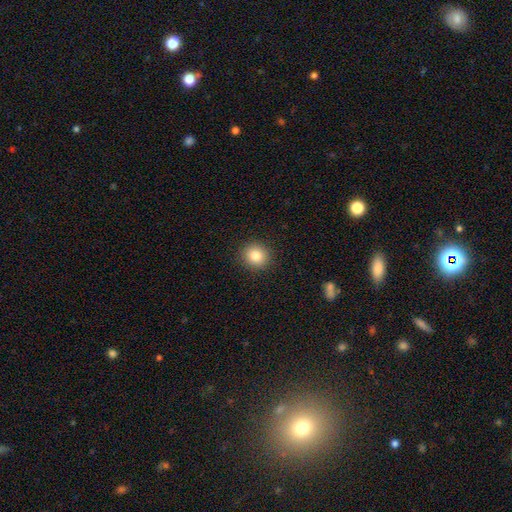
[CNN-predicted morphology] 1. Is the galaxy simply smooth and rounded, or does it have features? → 82% smooth, 11% star or artifact, 7% featured or disk.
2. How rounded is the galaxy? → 90% round, 9% in between, 1% cigar-shaped.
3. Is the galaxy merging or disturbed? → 91% none, 6% minor disturbance, 2% major disturbance, 1% merger.